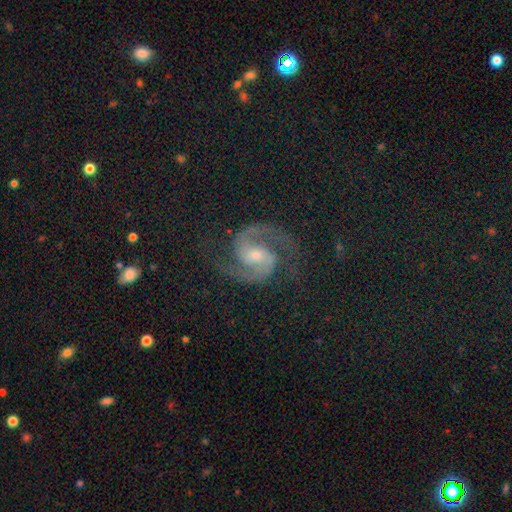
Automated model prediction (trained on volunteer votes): The model was most divided on "bar": weak: 46%, no: 39%, strong: 15%. More confident: spiral arms — yes (99%); edge-on disk — no (98%); spiral arm count — 2 (95%); smooth or featured — featured or disk (93%); merging — none (81%); spiral winding — medium (67%); bulge size — moderate (53%).